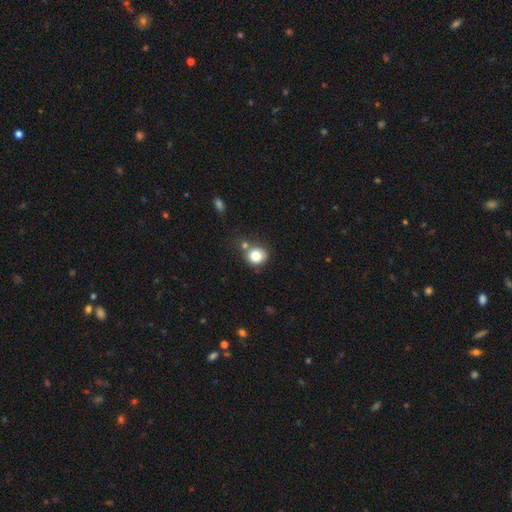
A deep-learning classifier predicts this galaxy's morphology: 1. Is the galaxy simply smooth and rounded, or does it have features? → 81% smooth, 10% star or artifact, 8% featured or disk.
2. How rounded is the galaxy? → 84% round, 15% in between, 1% cigar-shaped.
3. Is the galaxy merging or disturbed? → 63% none, 19% merger, 13% minor disturbance, 5% major disturbance.